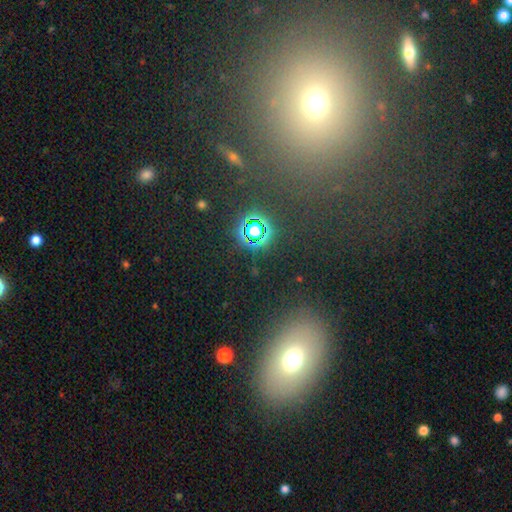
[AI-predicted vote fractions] smooth_or_featured: smooth (p=0.51) [alt: star or artifact p=0.30]
how_rounded: in between (p=0.56) [alt: round p=0.41]
merging: none (p=0.82) [alt: minor disturbance p=0.09]